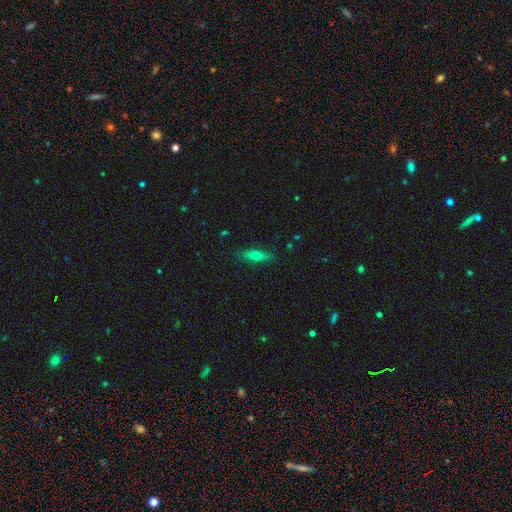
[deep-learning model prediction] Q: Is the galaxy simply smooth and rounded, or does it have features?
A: smooth — 62%.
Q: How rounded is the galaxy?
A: cigar-shaped — 56%.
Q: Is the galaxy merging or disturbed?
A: none — 83%.